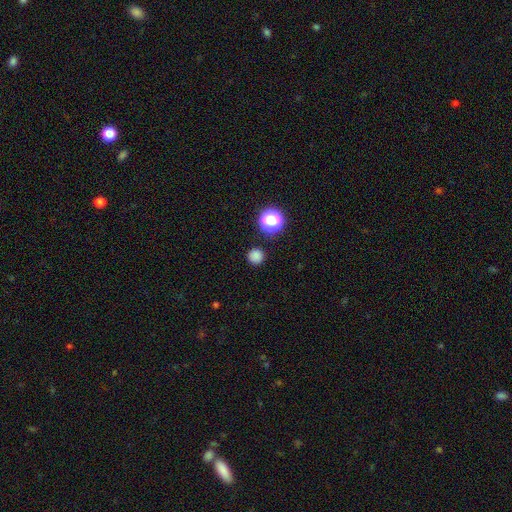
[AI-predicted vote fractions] Smooth or featured? smooth (80%)
How rounded? round (95%)
Merging? none (90%)